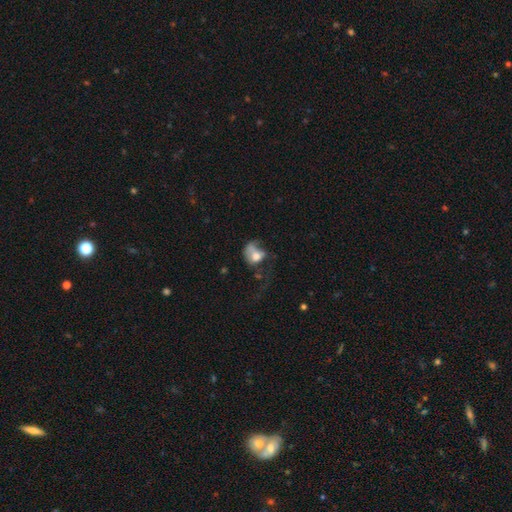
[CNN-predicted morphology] smooth-or-featured: smooth: 59% | featured or disk: 30% | star or artifact: 10%
  how-rounded: in between: 63% | round: 35% | cigar-shaped: 2%
  merging: major disturbance: 53% | none: 19% | minor disturbance: 17% | merger: 11%